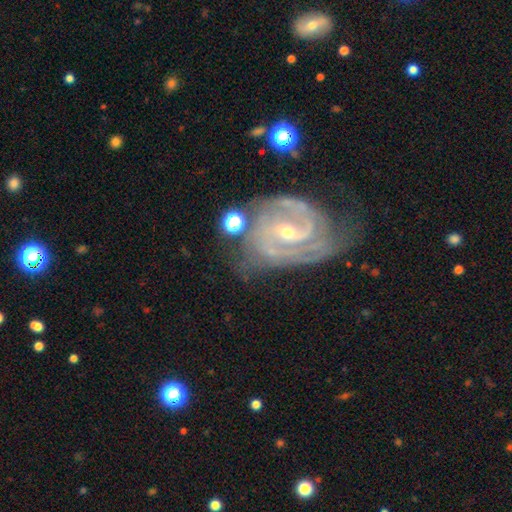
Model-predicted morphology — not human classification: Smooth or featured? featured or disk (90%)
Edge-on disk? no (97%)
Bar? weak (44%)
Spiral arms? yes (98%)
Spiral winding? tight (58%)
Spiral arm count? 2 (51%)
Bulge size? small (56%)
Merging? none (62%)